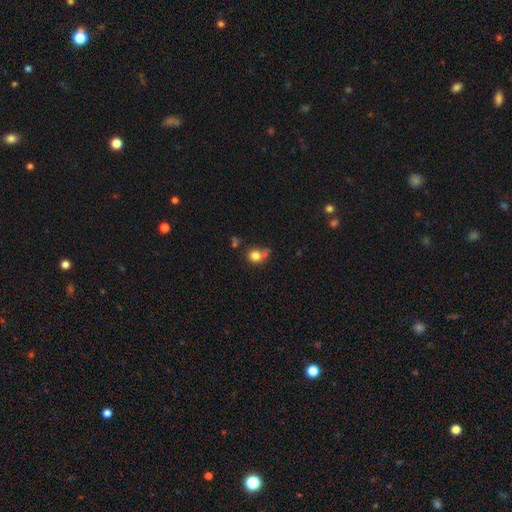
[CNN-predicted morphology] This appears to be a smooth galaxy with no disk features (81%) that is round (75%). Merging: none (50%).